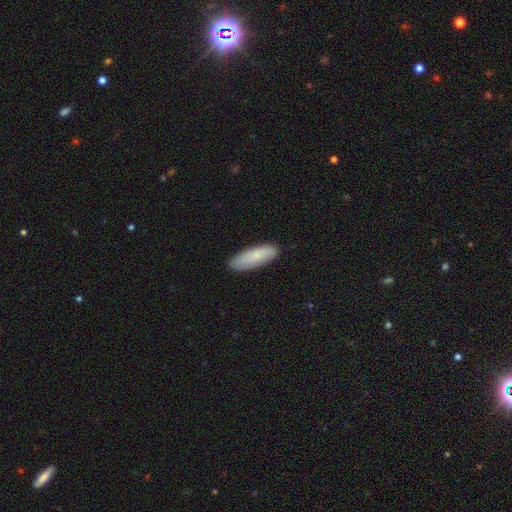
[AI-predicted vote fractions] Morphology: type=smooth (74%); roundness=in between (56%); merging=none (84%).